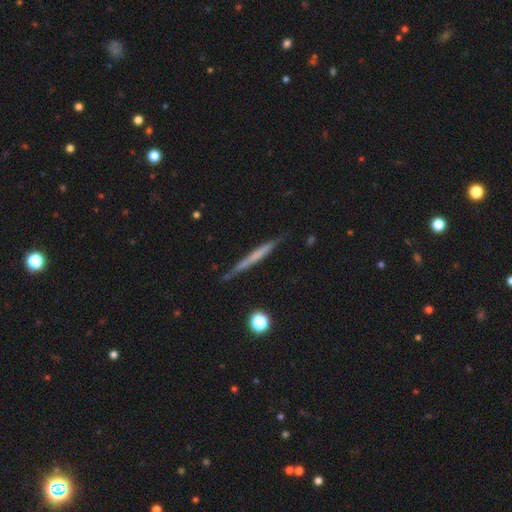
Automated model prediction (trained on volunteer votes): This is possibly a featured or disk galaxy (48%). Merging: clearly none (85%).